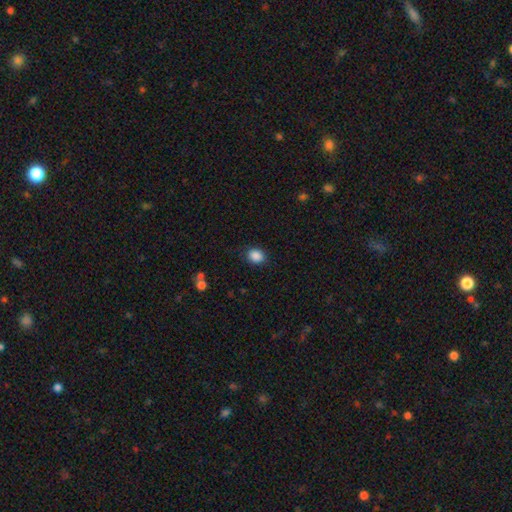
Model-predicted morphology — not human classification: This is clearly a smooth galaxy (88%). How rounded: possibly round (56%). Merging: clearly none (85%).